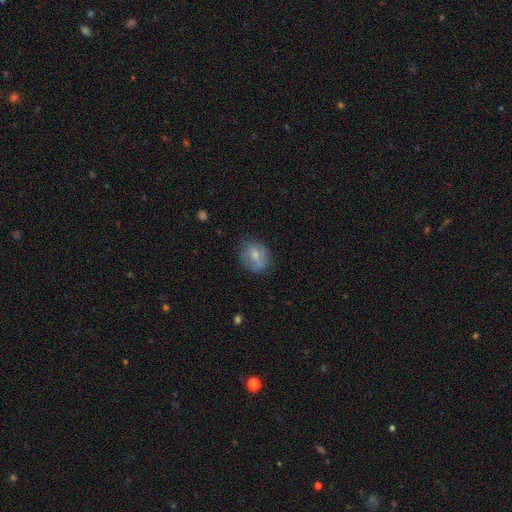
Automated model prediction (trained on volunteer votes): Q: Smooth or featured?
A: smooth (66%); runner-up: featured or disk (26%)
Q: How rounded?
A: round (57%); runner-up: in between (42%)
Q: Merging?
A: none (68%); runner-up: minor disturbance (22%)